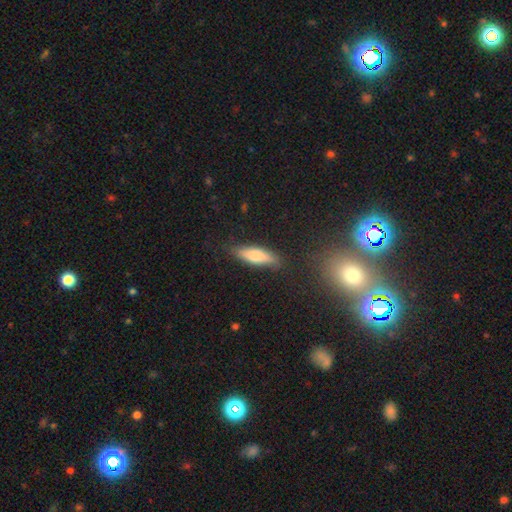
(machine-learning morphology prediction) smooth_or_featured: smooth (p=0.74) [alt: featured or disk p=0.19]
how_rounded: cigar-shaped (p=0.51) [alt: in between p=0.47]
merging: none (p=0.80) [alt: minor disturbance p=0.15]